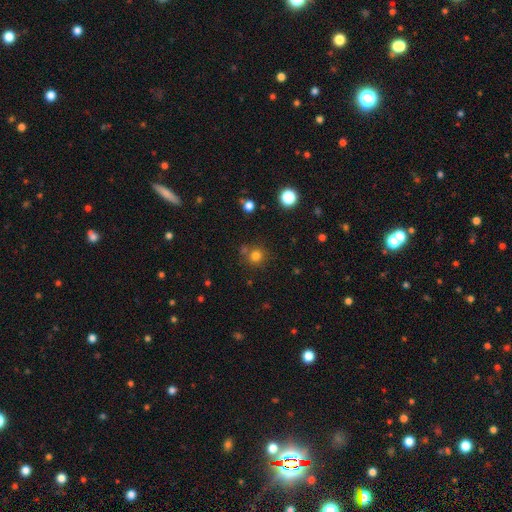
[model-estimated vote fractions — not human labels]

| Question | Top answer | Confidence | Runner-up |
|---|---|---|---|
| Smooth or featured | smooth | 77% | star or artifact (17%) |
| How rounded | round | 90% | in between (9%) |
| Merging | none | 74% | merger (12%) |